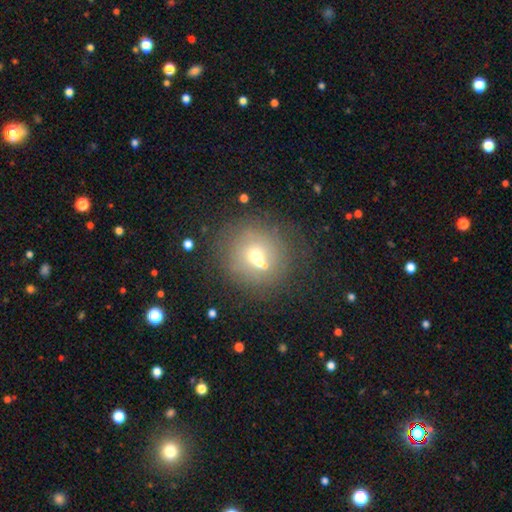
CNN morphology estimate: Smooth or featured: smooth — 55% (featured or disk — 27%)
How rounded: round — 91% (in between — 8%)
Merging: none — 58% (merger — 24%)